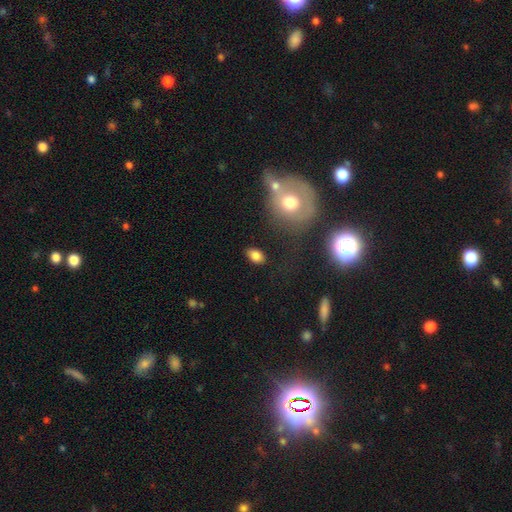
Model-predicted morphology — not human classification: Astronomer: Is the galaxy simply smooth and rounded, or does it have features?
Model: smooth — 83%.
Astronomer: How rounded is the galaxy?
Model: in between — 85%.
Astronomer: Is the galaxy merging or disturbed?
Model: none — 81%.